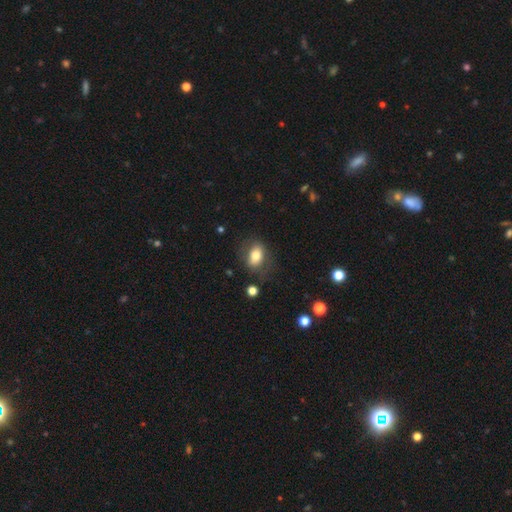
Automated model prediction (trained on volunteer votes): Morphology: type=smooth (74%); roundness=in between (81%); merging=none (69%).